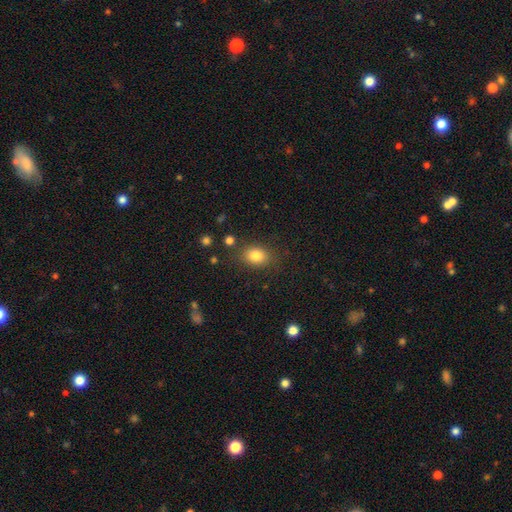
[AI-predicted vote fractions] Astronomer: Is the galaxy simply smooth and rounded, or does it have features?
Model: smooth — 82%.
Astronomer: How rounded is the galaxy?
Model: in between — 63%.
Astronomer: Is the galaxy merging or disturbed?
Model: none — 81%.